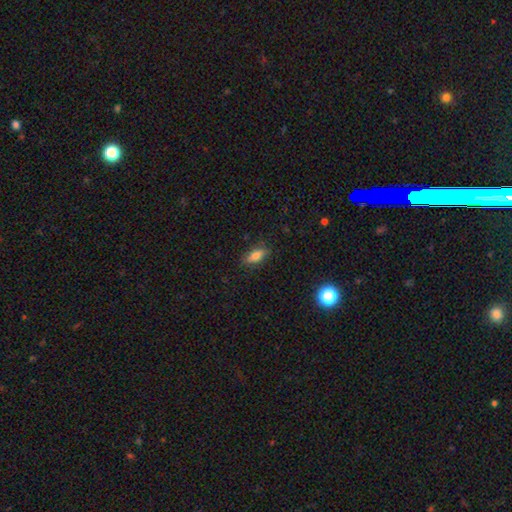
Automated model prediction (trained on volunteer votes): Smooth or featured: smooth — 74% (featured or disk — 17%)
How rounded: in between — 73% (cigar-shaped — 23%)
Merging: none — 83% (minor disturbance — 13%)